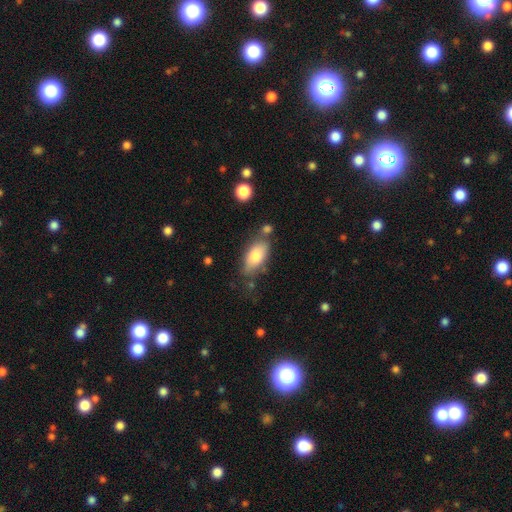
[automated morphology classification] smooth_or_featured: smooth (p=0.76) [alt: featured or disk p=0.17]
how_rounded: in between (p=0.89) [alt: cigar-shaped p=0.08]
merging: none (p=0.63) [alt: minor disturbance p=0.21]